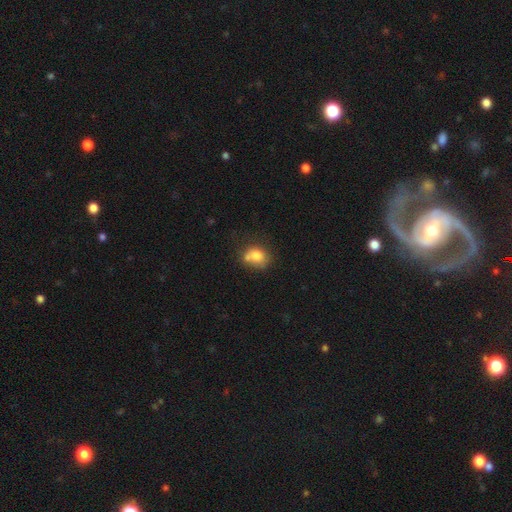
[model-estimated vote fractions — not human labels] Smooth or featured? smooth (75%)
How rounded? round (58%)
Merging? none (42%)